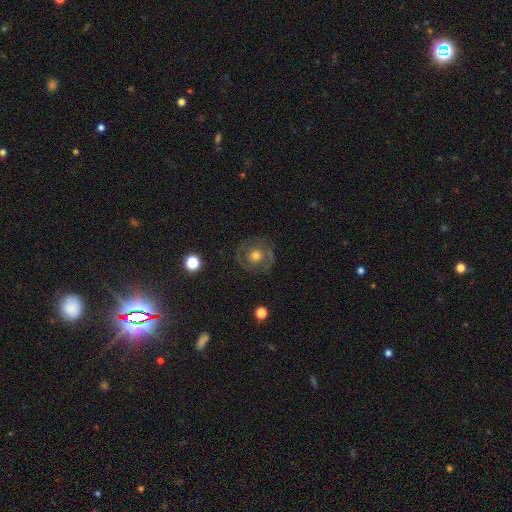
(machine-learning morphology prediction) smooth-or-featured: featured or disk: 52% | smooth: 39% | star or artifact: 8%
  disk-edge-on: no: 96% | yes: 4%
    bar: no: 86% | weak: 11% | strong: 3%
    has-spiral-arms: no: 60% | yes: 40%
    bulge-size: moderate: 70% | small: 17% | large: 10% | none: 2% | dominant: 1%
  merging: none: 79% | minor disturbance: 12% | major disturbance: 7% | merger: 1%